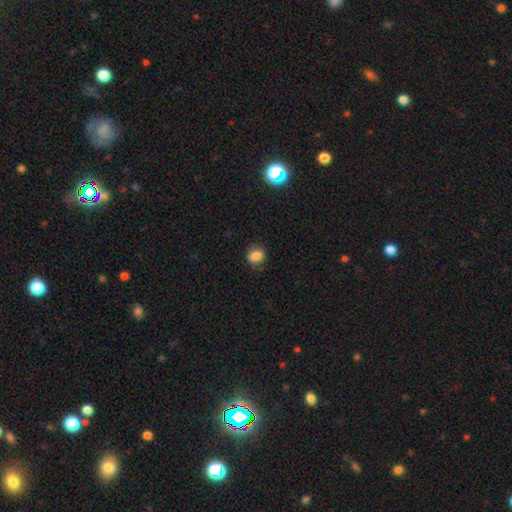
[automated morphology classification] type=smooth (82%); roundness=round (52%); merging=none (77%).